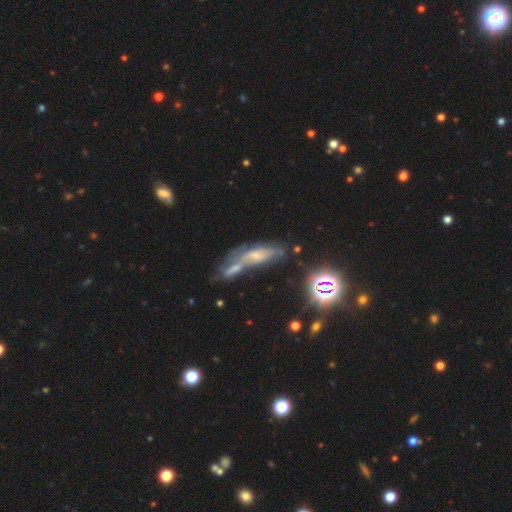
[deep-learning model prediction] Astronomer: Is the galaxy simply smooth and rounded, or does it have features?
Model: featured or disk — 39% (runner-up: smooth, 32%).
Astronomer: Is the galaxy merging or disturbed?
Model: merger — 43% (runner-up: none, 29%).